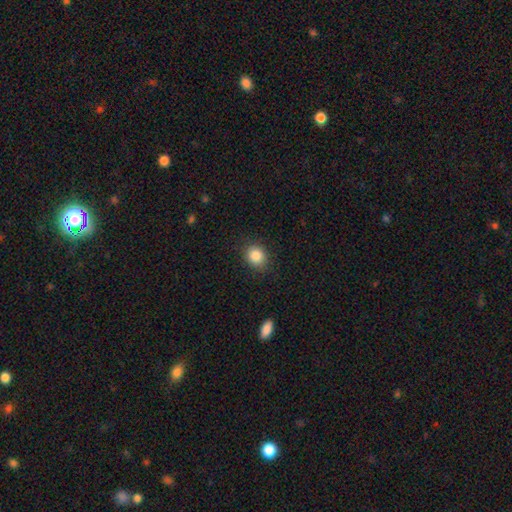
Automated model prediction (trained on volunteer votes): Q: Smooth or featured?
A: smooth (86%); runner-up: star or artifact (10%)
Q: How rounded?
A: round (74%); runner-up: in between (25%)
Q: Merging?
A: none (88%); runner-up: minor disturbance (9%)